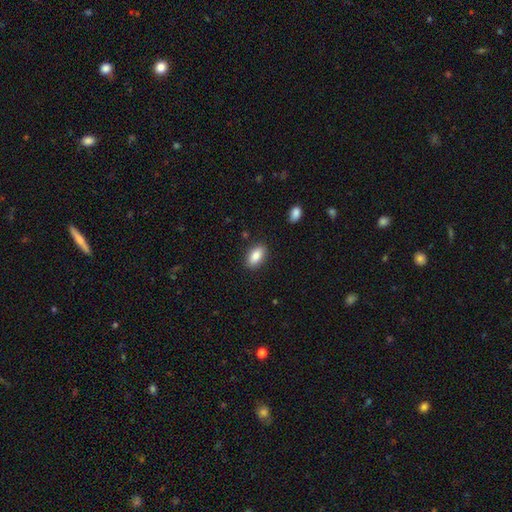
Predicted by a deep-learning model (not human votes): Overall: smooth (86%). How rounded: in between (90%). Merging: none (87%).